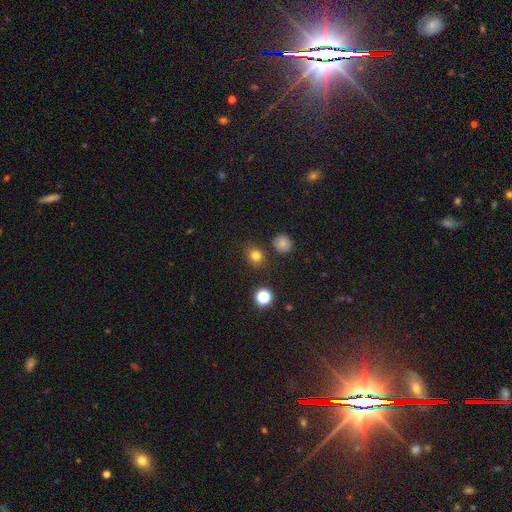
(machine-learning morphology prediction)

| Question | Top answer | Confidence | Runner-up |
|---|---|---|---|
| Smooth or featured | smooth | 76% | star or artifact (17%) |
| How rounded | round | 70% | in between (29%) |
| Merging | none | 82% | minor disturbance (10%) |